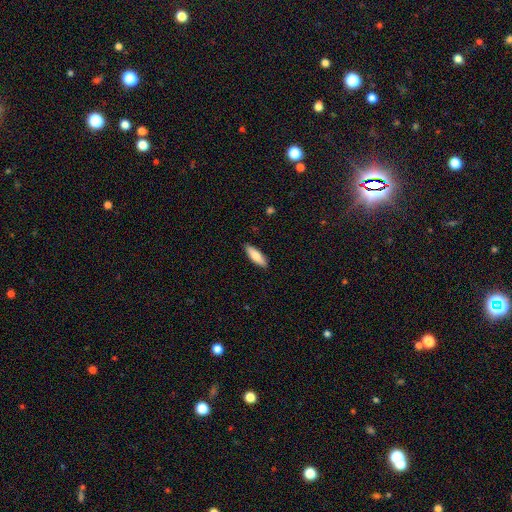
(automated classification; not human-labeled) smooth-or-featured: smooth: 81% | featured or disk: 14% | star or artifact: 6%
  how-rounded: in between: 56% | cigar-shaped: 42% | round: 2%
  merging: none: 89% | minor disturbance: 9% | major disturbance: 2% | merger: 1%